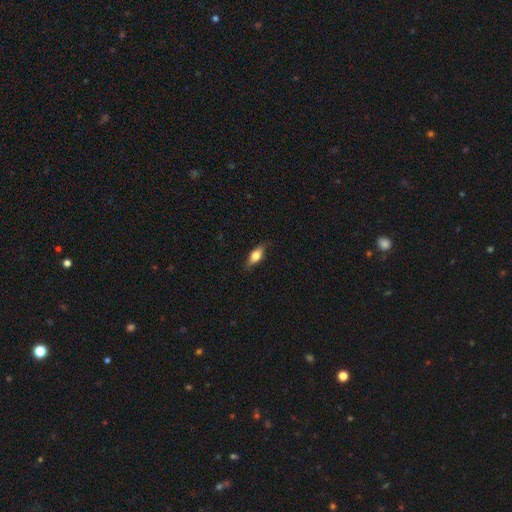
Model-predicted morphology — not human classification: The model was most divided on "smooth or featured": smooth: 63%, featured or disk: 30%, star or artifact: 7%. More confident: merging — none (79%); how rounded — in between (69%).